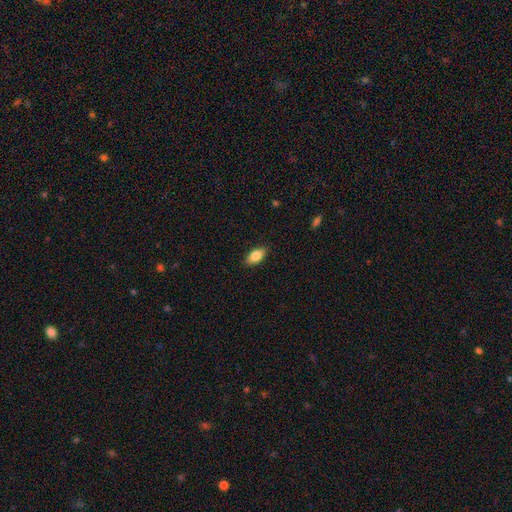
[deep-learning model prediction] Smooth or featured: smooth — 84% (featured or disk — 9%)
How rounded: in between — 90% (cigar-shaped — 6%)
Merging: none — 88% (minor disturbance — 9%)